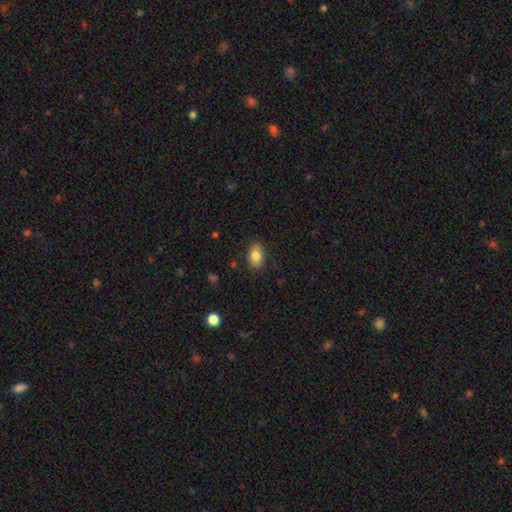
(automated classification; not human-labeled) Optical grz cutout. It shows a smooth galaxy with no disk features (83%) that is in between round and cigar-shaped (84%). Merging: none (83%).